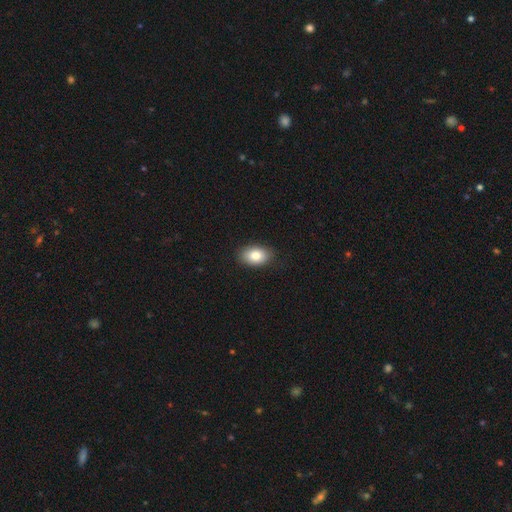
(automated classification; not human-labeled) Morphology: type=smooth (82%); roundness=in between (86%); merging=none (87%).